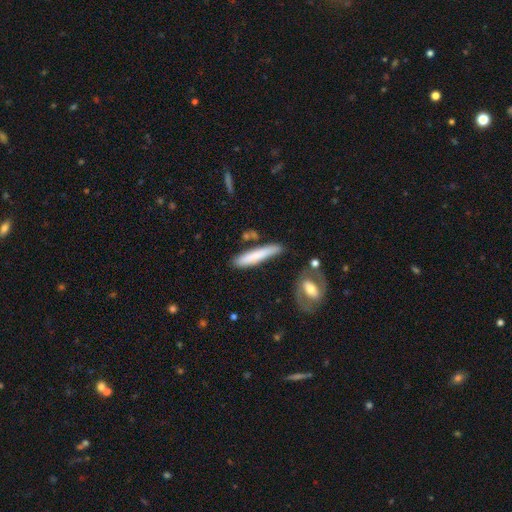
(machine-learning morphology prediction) Overall: smooth (73%). How rounded: cigar-shaped (90%). Merging: none (75%).